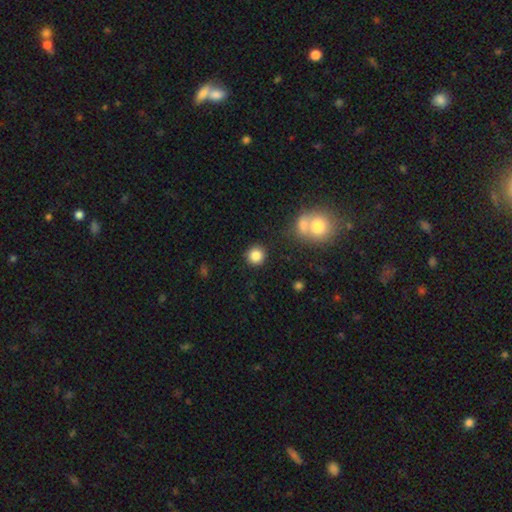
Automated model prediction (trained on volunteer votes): A smooth galaxy with no disk features (85%) that is round (93%).

Vote fractions:
- Smooth or featured? smooth: 85% / star or artifact: 10% / featured or disk: 5%
- How rounded? round: 93% / in between: 6% / cigar-shaped: 1%
- Merging? none: 88% / minor disturbance: 6% / merger: 3% / major disturbance: 2%